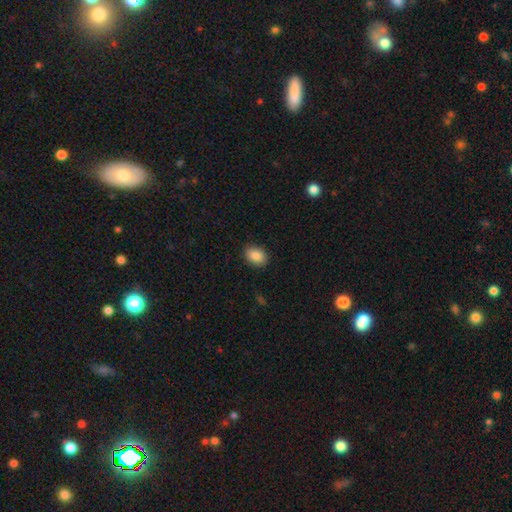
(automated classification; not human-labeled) This is clearly a smooth galaxy (88%). How rounded: likely in between (74%). Merging: clearly none (89%).